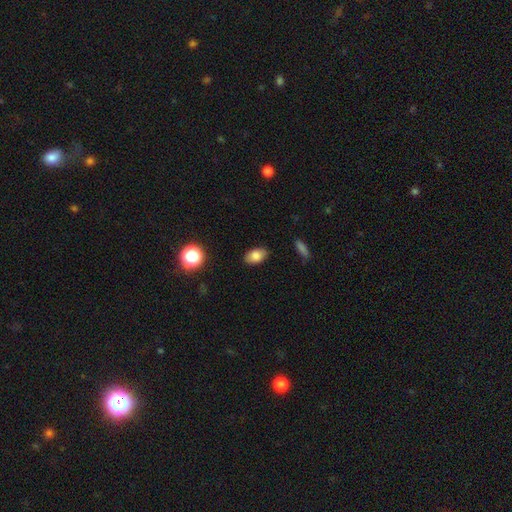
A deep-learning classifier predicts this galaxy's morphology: Smooth or featured? smooth (83%)
How rounded? in between (89%)
Merging? none (86%)